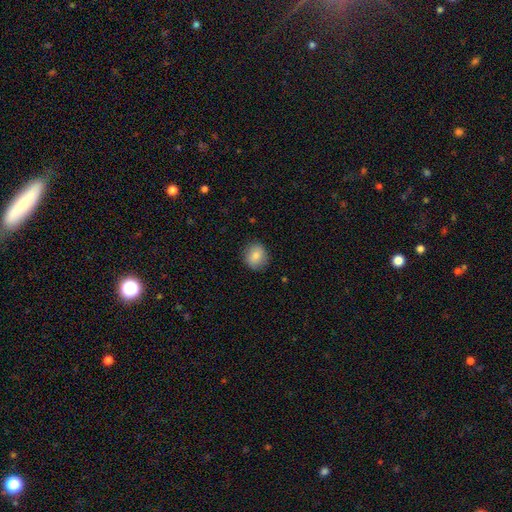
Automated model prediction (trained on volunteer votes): smooth_or_featured: smooth (p=0.82) [alt: featured or disk p=0.09]
how_rounded: round (p=0.80) [alt: in between p=0.19]
merging: none (p=0.87) [alt: minor disturbance p=0.10]